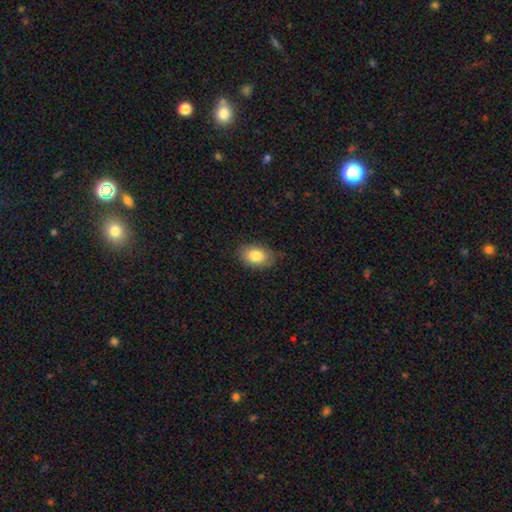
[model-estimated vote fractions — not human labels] smooth 83%, featured or disk 10%, star or artifact 8%. Down the decision tree: how rounded — in between (84%); merging — none (80%).